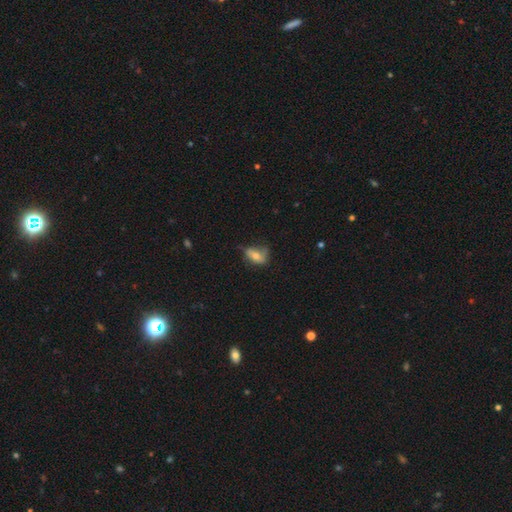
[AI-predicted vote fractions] Smooth or featured? smooth (57%)
How rounded? in between (80%)
Merging? none (45%)